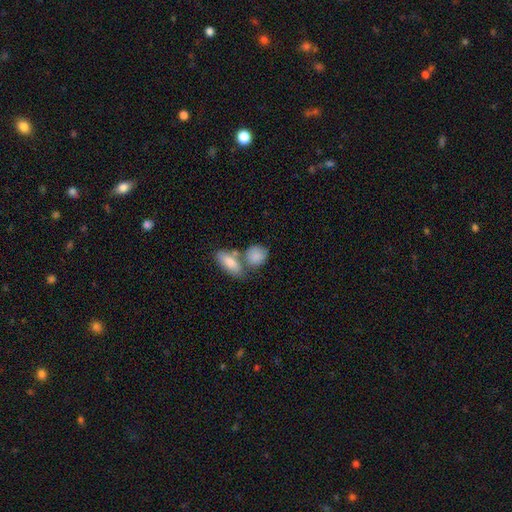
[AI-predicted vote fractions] Smooth or featured: smooth — 84% (featured or disk — 9%)
How rounded: in between — 50% (round — 47%)
Merging: none — 45% (merger — 37%)